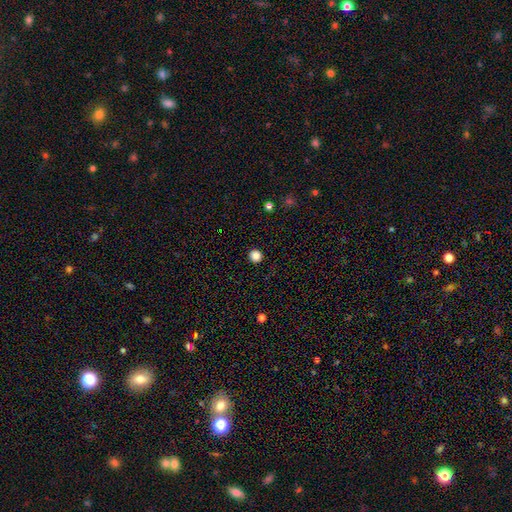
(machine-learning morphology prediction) A smooth galaxy with no disk features (85%) that is round (93%).

Vote fractions:
- Smooth or featured? smooth: 85% / star or artifact: 12% / featured or disk: 3%
- How rounded? round: 93% / in between: 6% / cigar-shaped: 1%
- Merging? none: 92% / minor disturbance: 5% / major disturbance: 2% / merger: 1%